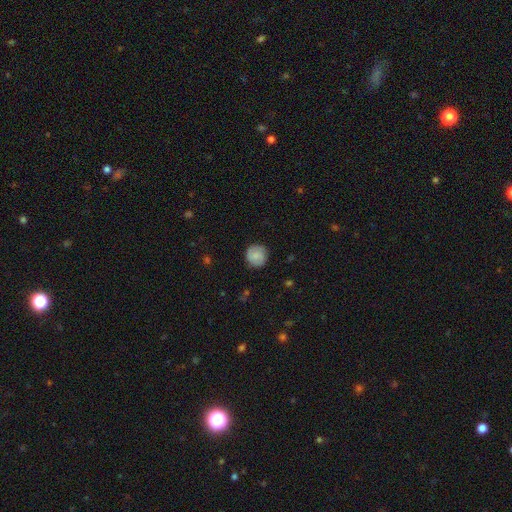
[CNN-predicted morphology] Smooth or featured? smooth (74%)
How rounded? round (92%)
Merging? none (86%)